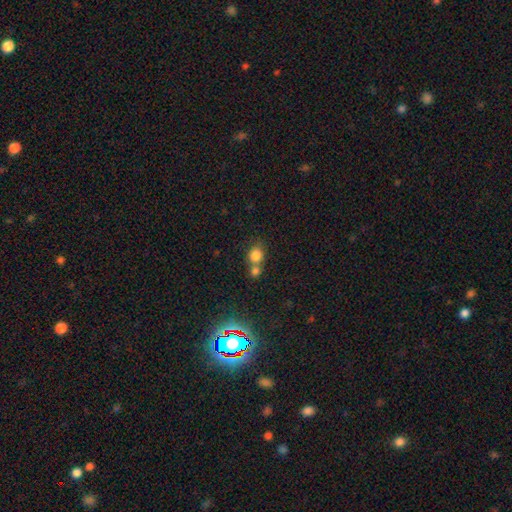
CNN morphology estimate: Overall: smooth (80%). How rounded: round (73%). Merging: merger (48%; none 41%).